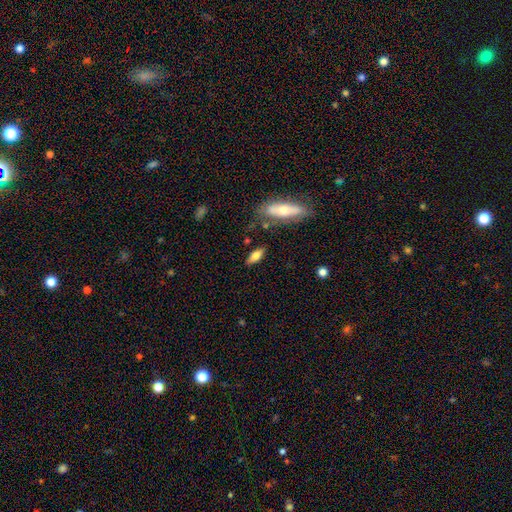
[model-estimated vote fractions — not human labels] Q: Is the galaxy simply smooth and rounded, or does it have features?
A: smooth — 64%.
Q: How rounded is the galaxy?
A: in between — 65%.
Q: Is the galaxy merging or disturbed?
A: none — 78%.